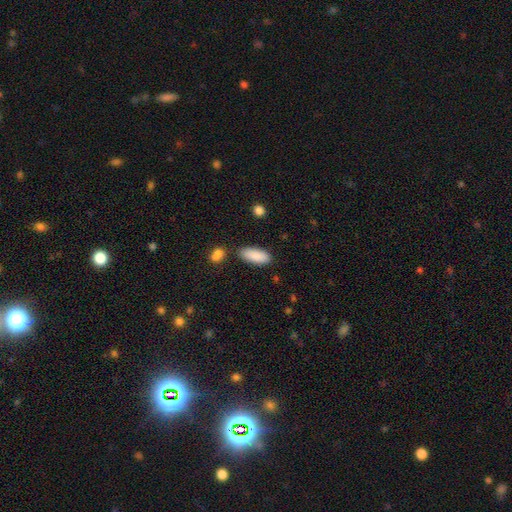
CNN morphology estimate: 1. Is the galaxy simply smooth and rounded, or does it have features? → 89% smooth, 6% star or artifact, 5% featured or disk.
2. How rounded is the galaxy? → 80% in between, 18% cigar-shaped, 2% round.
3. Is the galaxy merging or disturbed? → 80% none, 11% minor disturbance, 6% merger, 3% major disturbance.